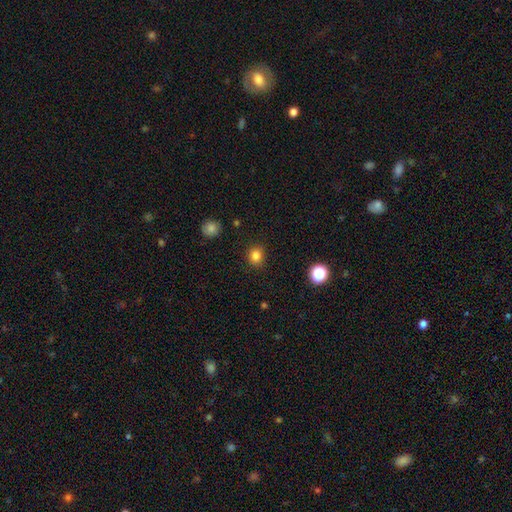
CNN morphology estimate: A smooth galaxy with no disk features (83%) that is round (79%).

Vote fractions:
- Smooth or featured? smooth: 83% / star or artifact: 13% / featured or disk: 4%
- How rounded? round: 79% / in between: 20% / cigar-shaped: 1%
- Merging? none: 87% / minor disturbance: 9% / major disturbance: 3% / merger: 1%